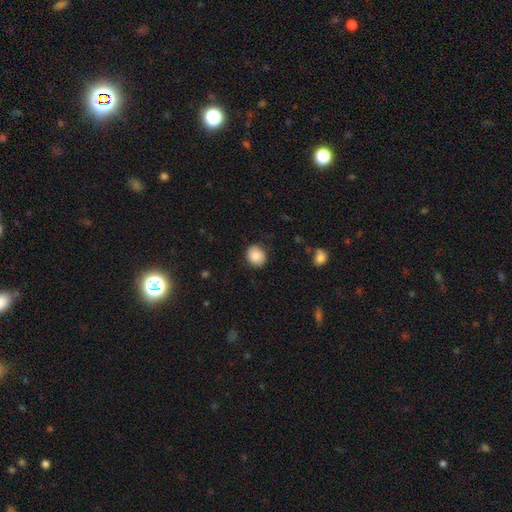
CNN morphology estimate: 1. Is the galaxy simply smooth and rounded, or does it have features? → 85% smooth, 8% featured or disk, 8% star or artifact.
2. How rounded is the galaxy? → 69% round, 30% in between, 1% cigar-shaped.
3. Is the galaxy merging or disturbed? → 83% none, 12% minor disturbance, 3% major disturbance, 1% merger.